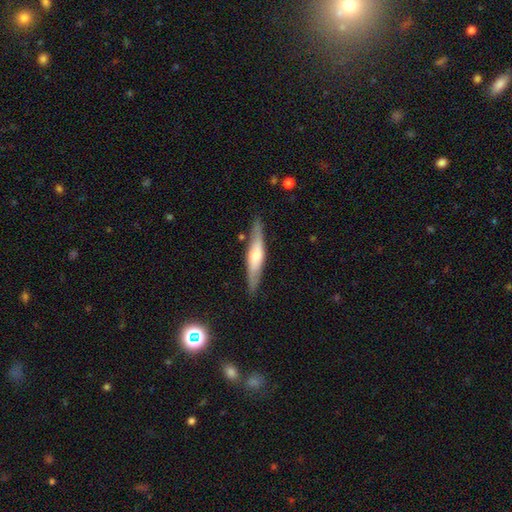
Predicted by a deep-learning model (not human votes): Overall: featured or disk (53%; smooth 41%). Edge-on disk: yes (87%). Merging: none (84%).